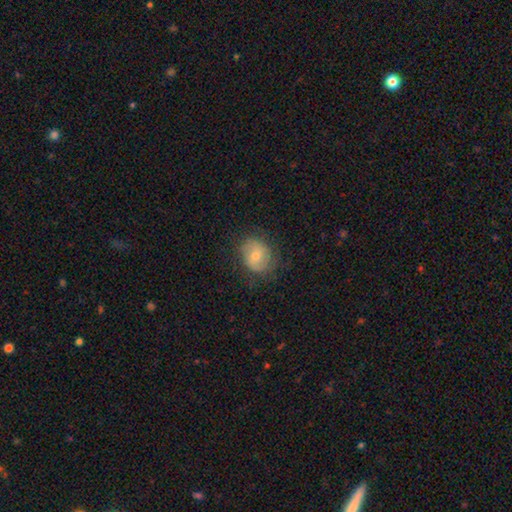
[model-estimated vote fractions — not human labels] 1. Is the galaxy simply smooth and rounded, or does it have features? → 56% smooth, 37% featured or disk, 8% star or artifact.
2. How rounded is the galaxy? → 58% round, 41% in between, 1% cigar-shaped.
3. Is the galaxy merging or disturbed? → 72% none, 19% minor disturbance, 8% major disturbance, 1% merger.